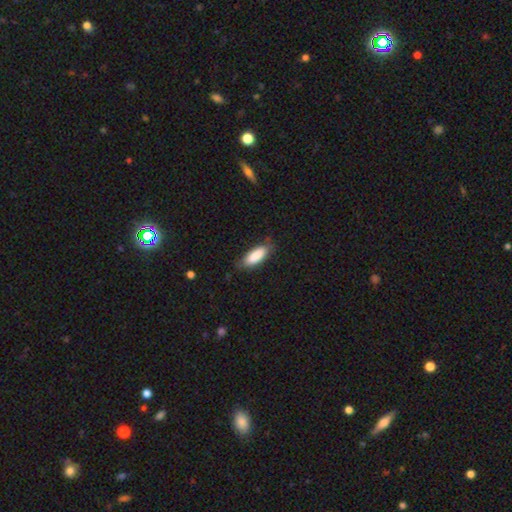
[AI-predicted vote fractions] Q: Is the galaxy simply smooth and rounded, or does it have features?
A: smooth — 86%.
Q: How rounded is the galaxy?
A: in between — 71%.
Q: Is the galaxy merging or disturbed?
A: none — 77%.